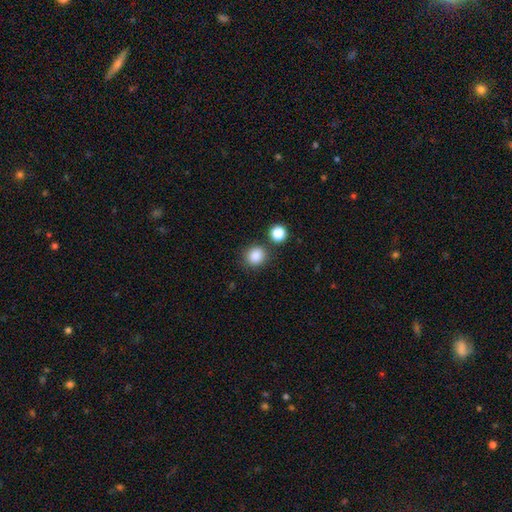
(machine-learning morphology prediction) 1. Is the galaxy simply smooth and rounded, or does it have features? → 86% smooth, 10% star or artifact, 4% featured or disk.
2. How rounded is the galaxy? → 83% round, 17% in between, 1% cigar-shaped.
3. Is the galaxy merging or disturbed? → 79% none, 10% minor disturbance, 7% merger, 3% major disturbance.